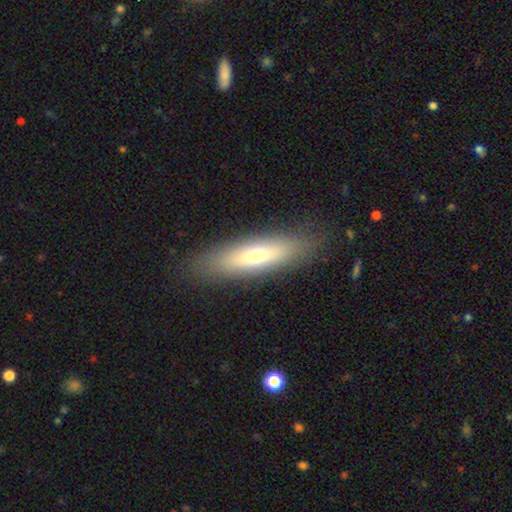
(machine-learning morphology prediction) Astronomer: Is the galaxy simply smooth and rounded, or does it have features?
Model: smooth — 58% (runner-up: featured or disk, 34%).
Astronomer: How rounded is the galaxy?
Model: cigar-shaped — 64%.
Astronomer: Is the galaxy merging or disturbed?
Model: none — 87%.